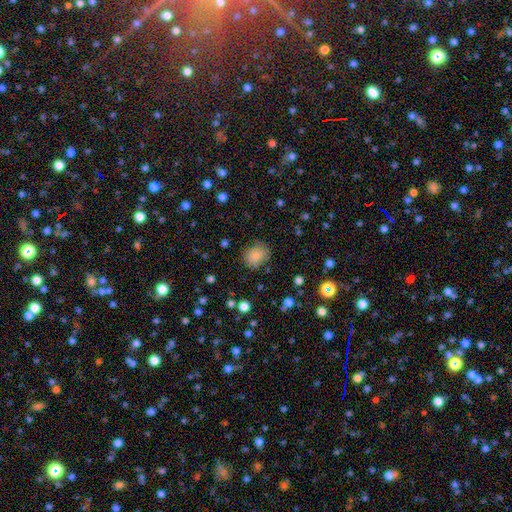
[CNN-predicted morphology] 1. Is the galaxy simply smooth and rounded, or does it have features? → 83% smooth, 10% star or artifact, 7% featured or disk.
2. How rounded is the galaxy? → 60% round, 39% in between, 1% cigar-shaped.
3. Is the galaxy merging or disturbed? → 78% none, 16% minor disturbance, 5% major disturbance, 2% merger.